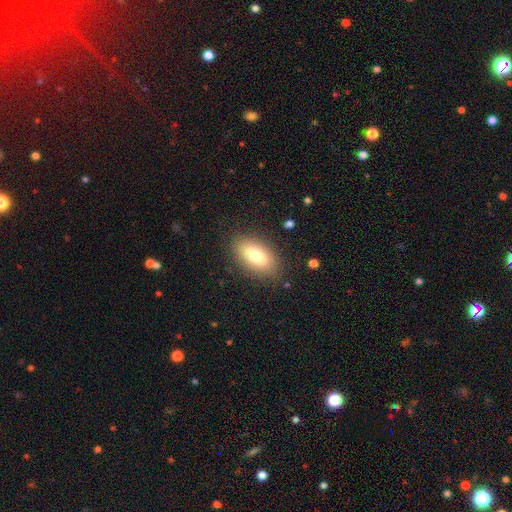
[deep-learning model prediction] smooth_or_featured: smooth (p=0.77) [alt: featured or disk p=0.15]
how_rounded: in between (p=0.91) [alt: cigar-shaped p=0.05]
merging: none (p=0.85) [alt: minor disturbance p=0.10]